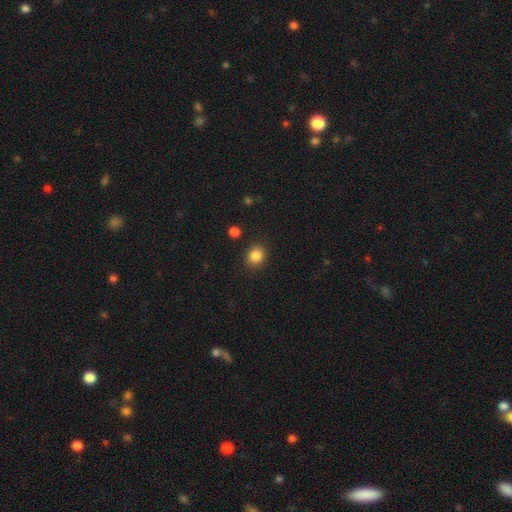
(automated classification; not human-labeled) This appears to be a smooth galaxy with no disk features (85%) that is round (73%). Merging: none (88%).